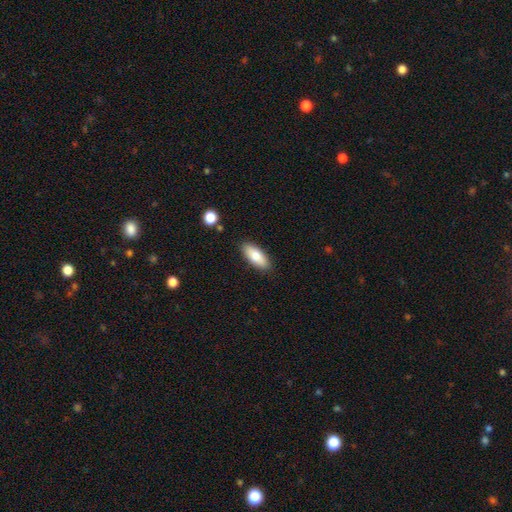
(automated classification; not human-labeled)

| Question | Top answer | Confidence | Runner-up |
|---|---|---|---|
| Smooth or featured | smooth | 79% | featured or disk (15%) |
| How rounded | in between | 81% | cigar-shaped (17%) |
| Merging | none | 87% | minor disturbance (9%) |